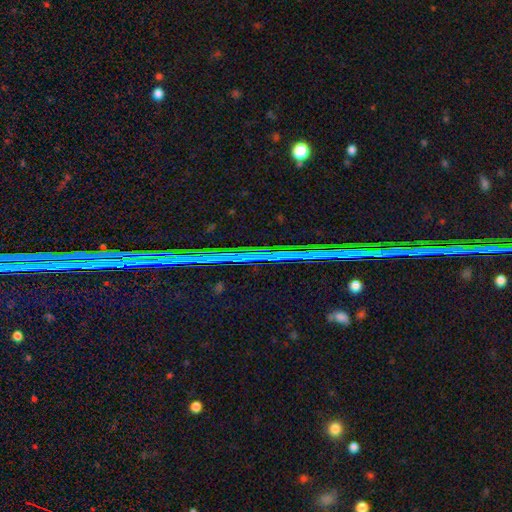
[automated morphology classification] Q: Smooth or featured?
A: star or artifact (87%); runner-up: featured or disk (7%)